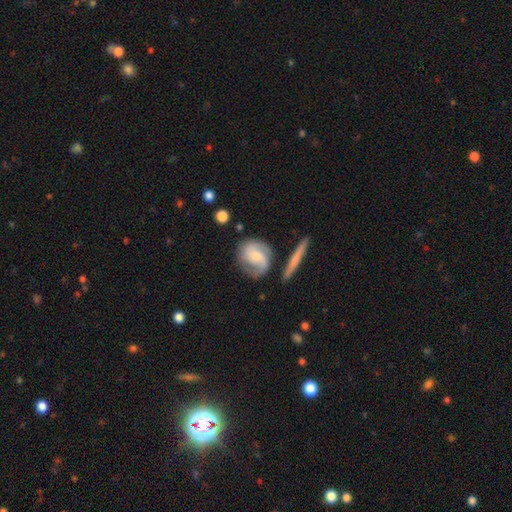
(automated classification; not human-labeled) A featured or disk galaxy (68%) with no bar (55%), 2 (72%) medium (47%) spiral arms (93%) and a small central bulge (49%).

Vote fractions:
- Smooth or featured? featured or disk: 68% / smooth: 26% / star or artifact: 6%
- Edge-on disk? no: 96% / yes: 4%
- Bar? no: 55% / weak: 36% / strong: 9%
- Spiral arms? yes: 93% / no: 7%
- Spiral winding? medium: 47% / tight: 29% / loose: 24%
- Spiral arm count? 2: 72% / can't tell: 11% / 3: 8% / 1: 6% / 4: 2% / more than 4: 2%
- Bulge size? small: 49% / moderate: 40% / none: 6% / large: 4% / dominant: 1%
- Merging? none: 64% / minor disturbance: 19% / major disturbance: 9% / merger: 7%